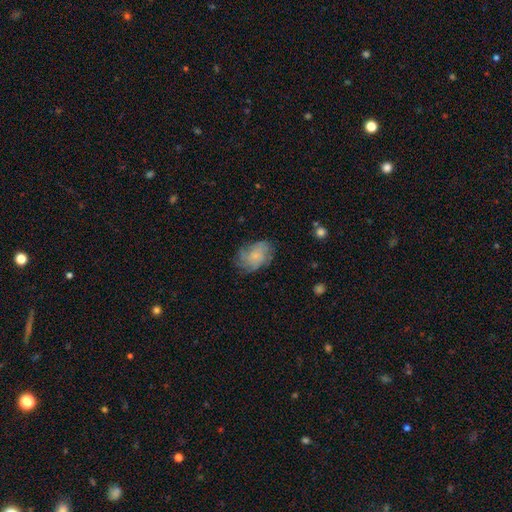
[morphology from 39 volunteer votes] This appears to be a featured or disk galaxy (59%) with no bar (77%), medium (48%) spiral arms (95%) and a small central bulge (64%). Merging: none (69%).